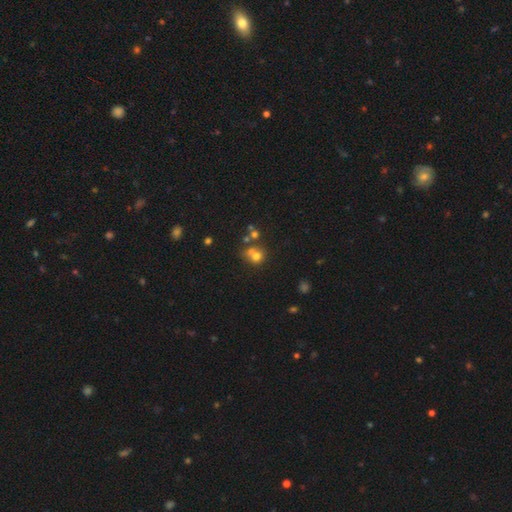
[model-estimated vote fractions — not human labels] Q: Smooth or featured?
A: smooth (66%); runner-up: star or artifact (18%)
Q: How rounded?
A: round (76%); runner-up: in between (23%)
Q: Merging?
A: none (41%); runner-up: merger (38%)